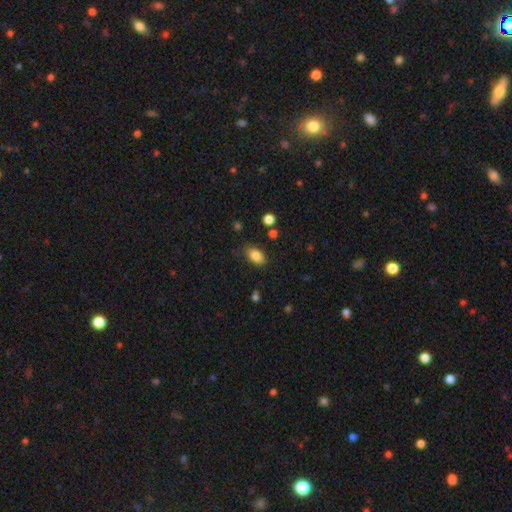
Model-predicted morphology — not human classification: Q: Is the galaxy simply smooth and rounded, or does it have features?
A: smooth — 85%.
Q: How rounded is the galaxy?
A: in between — 88%.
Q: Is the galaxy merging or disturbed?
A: none — 81%.